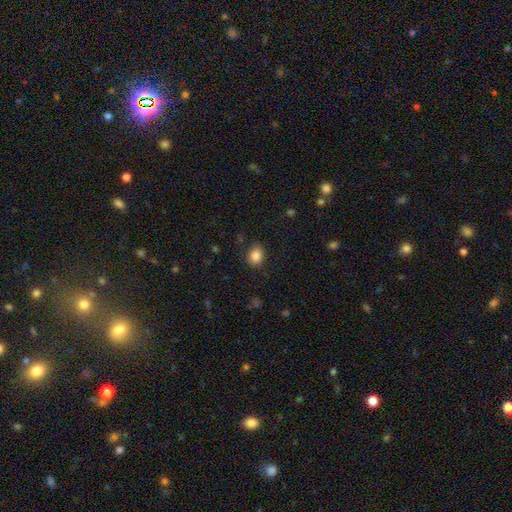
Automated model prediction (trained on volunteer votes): Smooth or featured? Predicted: smooth (p=0.84). How rounded? Predicted: round (p=0.56). Merging? Predicted: none (p=0.82).